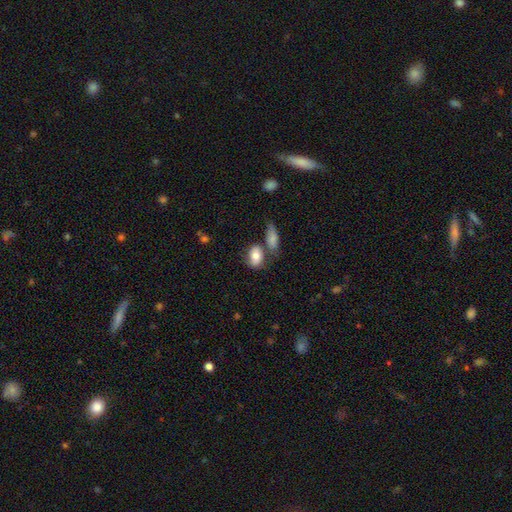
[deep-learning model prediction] Overall: smooth (76%). How rounded: in between (81%). Merging: none (49%; merger 27%).